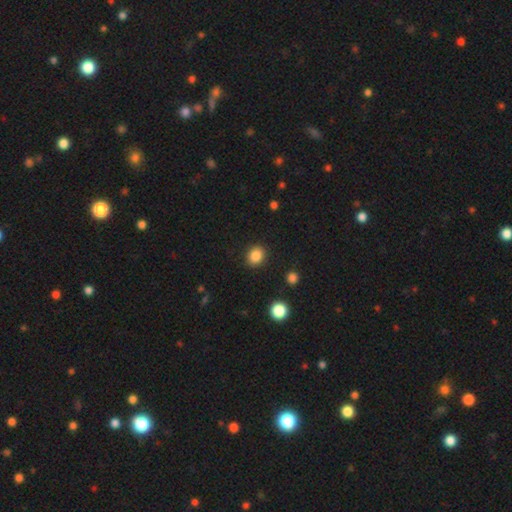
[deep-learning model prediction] This appears to be a smooth galaxy with no disk features (86%) that is round (71%). Merging: none (90%).